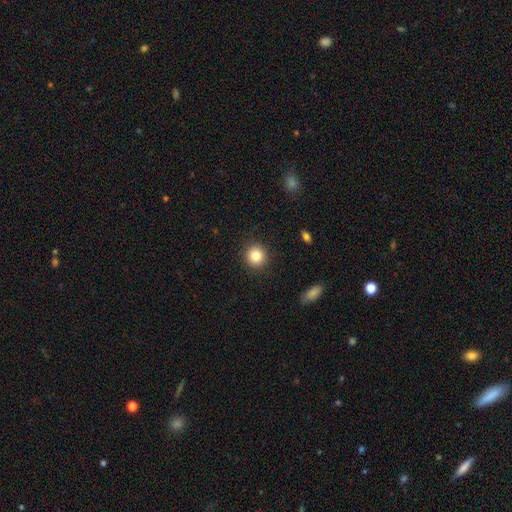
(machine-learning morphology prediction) The model was most divided on "smooth or featured": smooth: 84%, star or artifact: 10%, featured or disk: 7%. More confident: how rounded — round (93%); merging — none (91%).